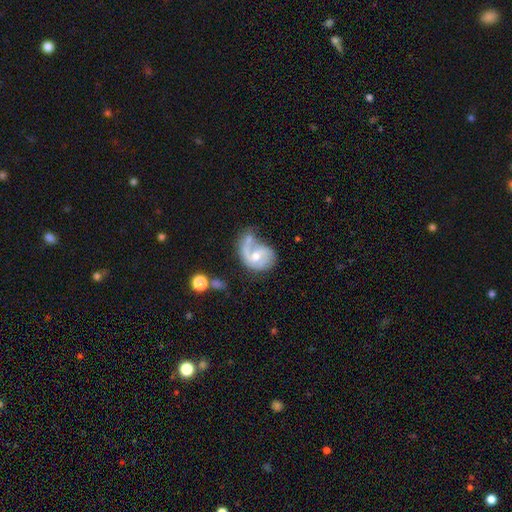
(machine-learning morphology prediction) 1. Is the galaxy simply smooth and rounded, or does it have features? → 74% featured or disk, 20% smooth, 6% star or artifact.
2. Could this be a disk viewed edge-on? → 98% no, 2% yes.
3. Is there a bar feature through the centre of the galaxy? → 57% no, 37% weak, 6% strong.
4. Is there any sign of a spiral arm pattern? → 88% yes, 12% no.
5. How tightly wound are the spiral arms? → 42% medium, 34% loose, 25% tight.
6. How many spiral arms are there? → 44% 1, 43% 2, 8% can't tell, 3% 3, 1% 4, 1% more than 4.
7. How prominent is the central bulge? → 62% moderate, 31% small, 4% large, 2% none, 1% dominant.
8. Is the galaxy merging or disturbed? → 28% none, 27% major disturbance, 24% merger, 21% minor disturbance.